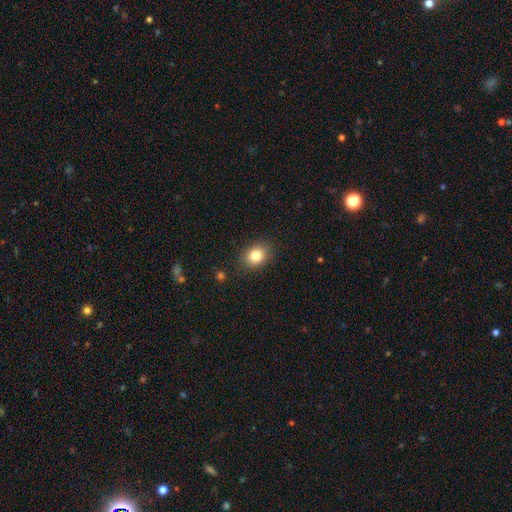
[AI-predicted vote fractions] Q: Smooth or featured?
A: smooth (83%); runner-up: star or artifact (10%)
Q: How rounded?
A: in between (54%); runner-up: round (45%)
Q: Merging?
A: none (86%); runner-up: minor disturbance (10%)